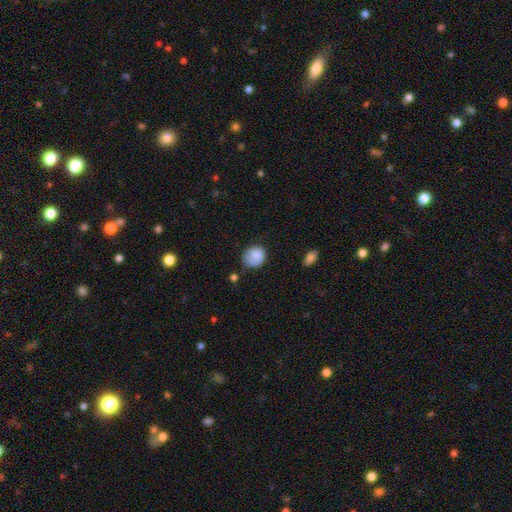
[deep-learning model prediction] A smooth galaxy with no disk features (82%) that is round (70%). Merging: none (58%).